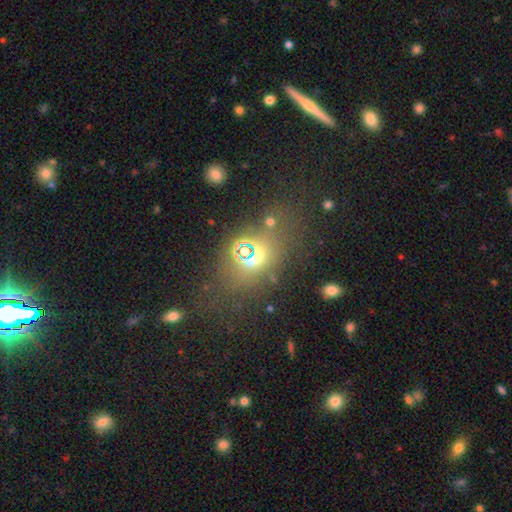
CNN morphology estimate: A star or artifact, not a galaxy (52%).

Vote fractions:
- Smooth or featured? star or artifact: 52% / smooth: 36% / featured or disk: 12%